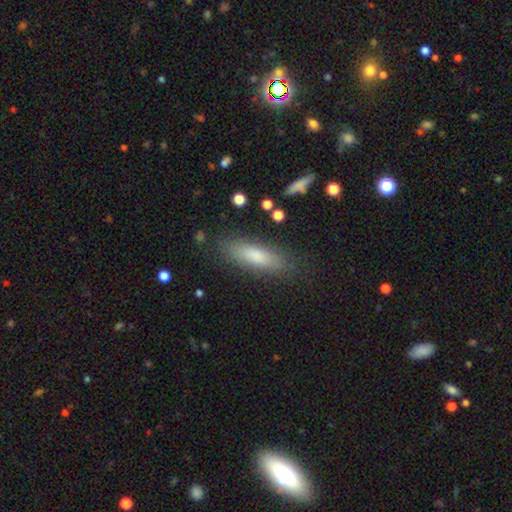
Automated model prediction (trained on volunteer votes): Morphology: type=smooth (77%); roundness=cigar-shaped (51%); merging=none (82%).